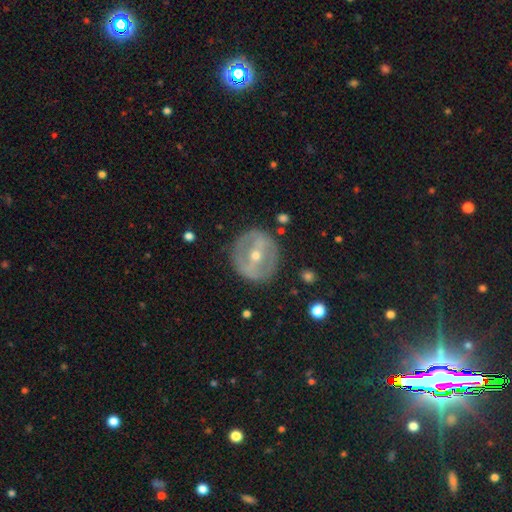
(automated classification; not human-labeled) A featured or disk galaxy (73%) with a strong bar (60%), no spiral arms (69%) and a moderate central bulge (50%).

Vote fractions:
- Smooth or featured? featured or disk: 73% / smooth: 20% / star or artifact: 7%
- Edge-on disk? no: 91% / yes: 9%
- Bar? strong: 60% / weak: 26% / no: 14%
- Spiral arms? no: 69% / yes: 31%
- Bulge size? moderate: 50% / small: 47% / large: 1% / none: 1% / dominant: 1%
- Merging? none: 83% / minor disturbance: 11% / major disturbance: 4% / merger: 2%